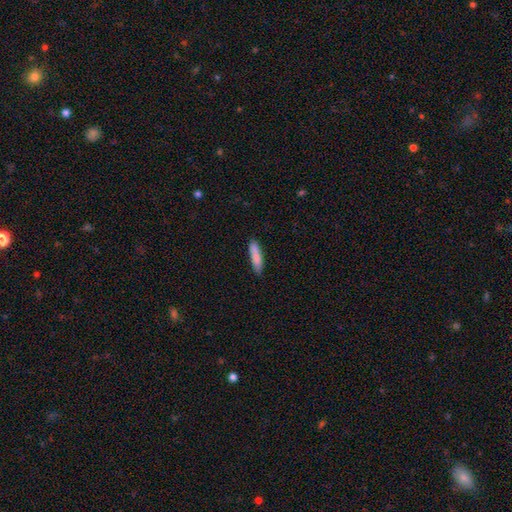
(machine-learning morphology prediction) A smooth galaxy with no disk features (84%) that is cigar-shaped (79%). Merging: none (83%).